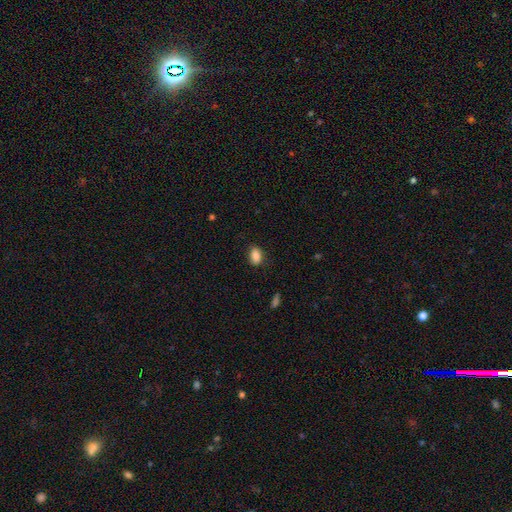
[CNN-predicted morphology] This is clearly a smooth galaxy (87%). How rounded: clearly in between (86%). Merging: clearly none (82%).